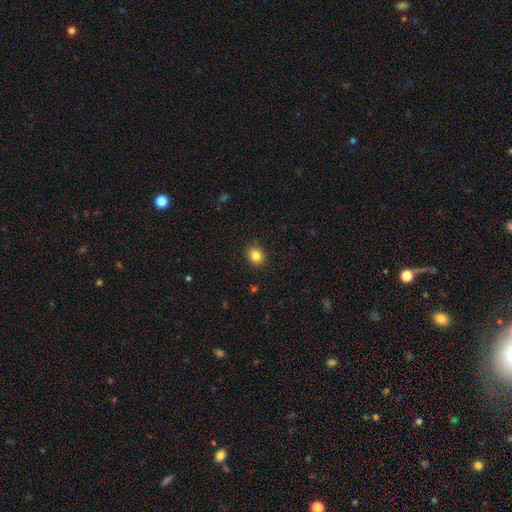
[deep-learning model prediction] Smooth or featured: smooth — 84% (star or artifact — 11%)
How rounded: round — 69% (in between — 30%)
Merging: none — 90% (minor disturbance — 7%)